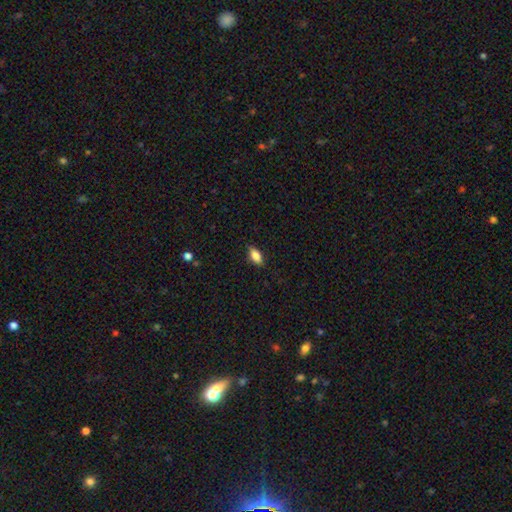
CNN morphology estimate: Smooth or featured: smooth — 82% (featured or disk — 10%)
How rounded: in between — 86% (cigar-shaped — 10%)
Merging: none — 83% (minor disturbance — 13%)